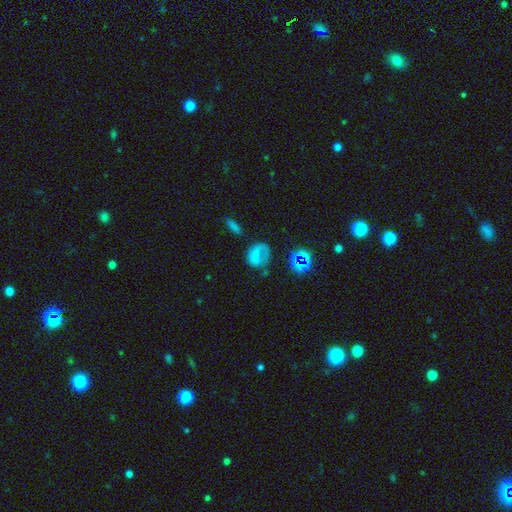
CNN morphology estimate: This is possibly a smooth galaxy (55%). How rounded: possibly round (50%). Merging: marginally none (40%).